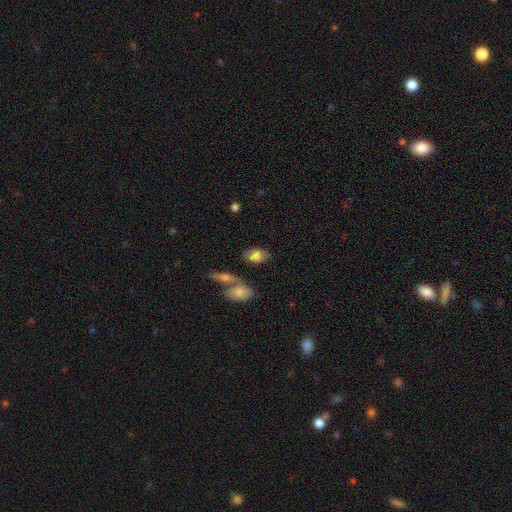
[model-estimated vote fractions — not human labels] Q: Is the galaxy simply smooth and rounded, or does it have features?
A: smooth — 75%.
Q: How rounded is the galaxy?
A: in between — 90%.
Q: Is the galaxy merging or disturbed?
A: none — 63%.